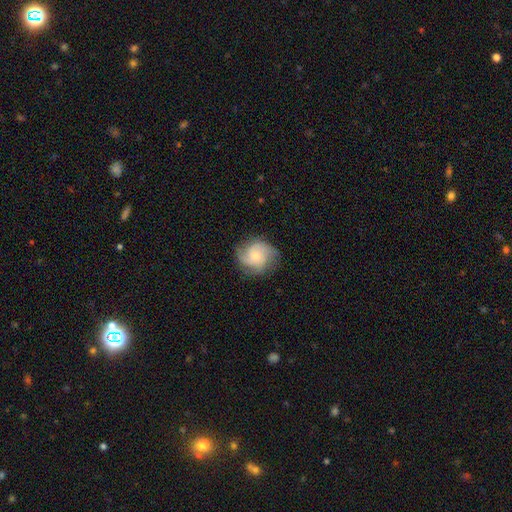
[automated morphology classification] This is likely a featured or disk galaxy (66%). It is clearly not viewed edge-on (98%). Bar: likely no (74%). Spiral arm pattern: clearly yes (94%). Spiral arm count: marginally 3 (40%). Spiral winding: possibly medium (47%). Central bulge: possibly small (59%). Merging: likely none (72%).